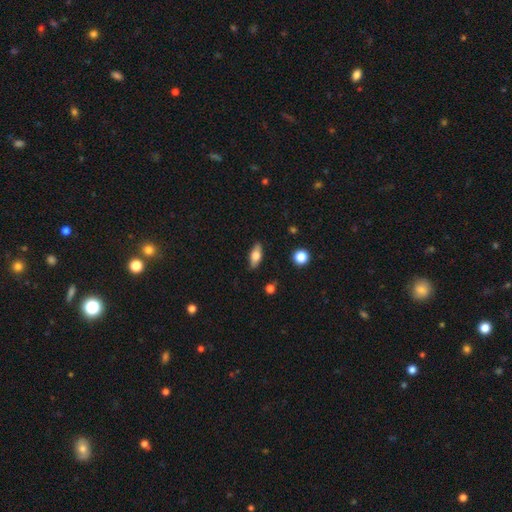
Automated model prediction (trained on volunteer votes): Overall: smooth (66%; featured or disk 27%). How rounded: in between (77%). Merging: none (85%).